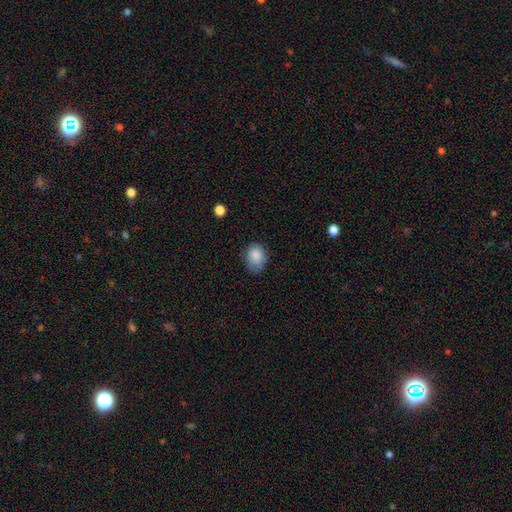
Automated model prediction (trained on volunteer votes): Smooth or featured? Predicted: smooth (p=0.86). How rounded? Predicted: in between (p=0.53). Merging? Predicted: none (p=0.65).